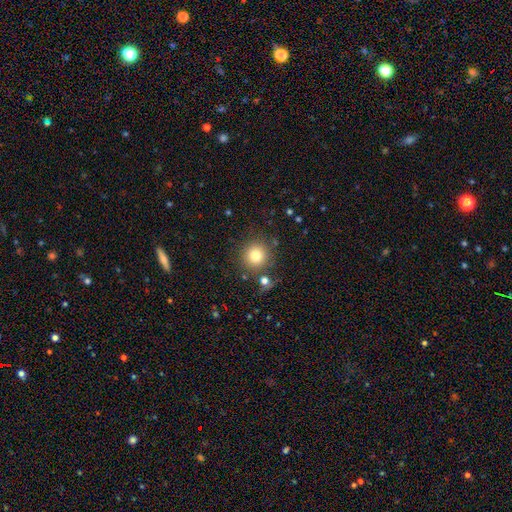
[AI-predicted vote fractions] Smooth or featured? smooth (80%)
How rounded? round (94%)
Merging? none (83%)